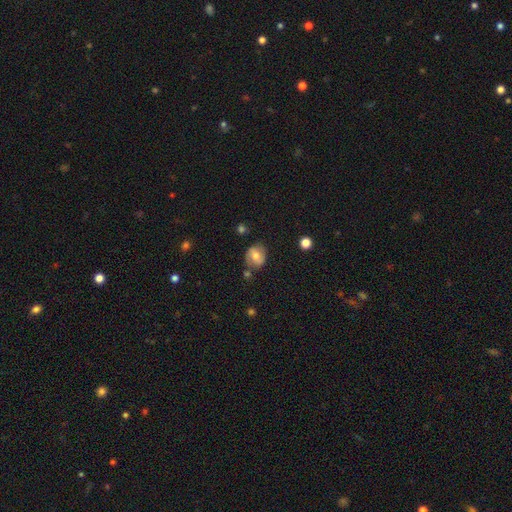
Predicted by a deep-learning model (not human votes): This is possibly a smooth galaxy (55%). How rounded: likely round (67%). Merging: likely none (72%).